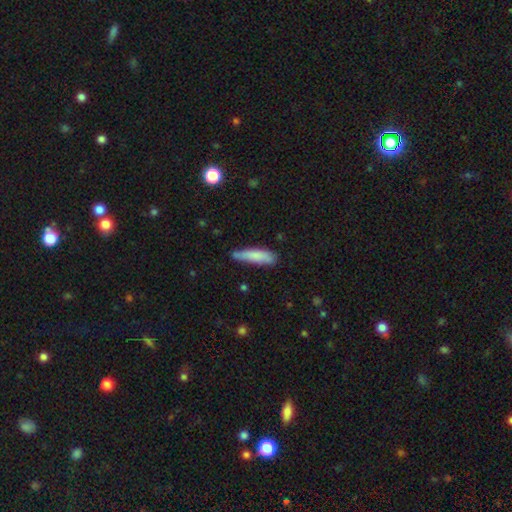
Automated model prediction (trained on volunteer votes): Smooth or featured: smooth — 81% (featured or disk — 13%)
How rounded: cigar-shaped — 74% (in between — 25%)
Merging: none — 61% (minor disturbance — 30%)